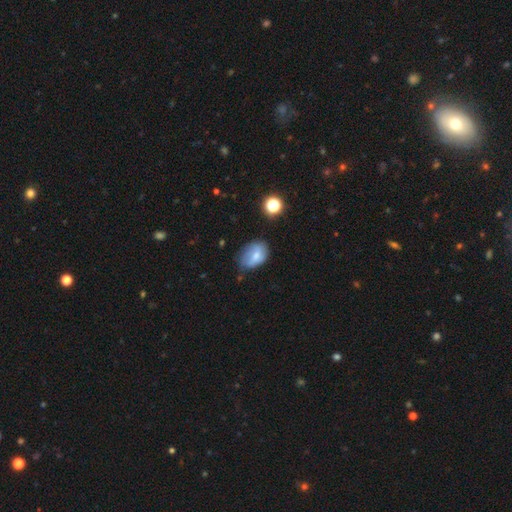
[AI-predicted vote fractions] smooth 63%, featured or disk 27%, star or artifact 9%. Down the decision tree: how rounded — in between (81%); merging — none (54%).